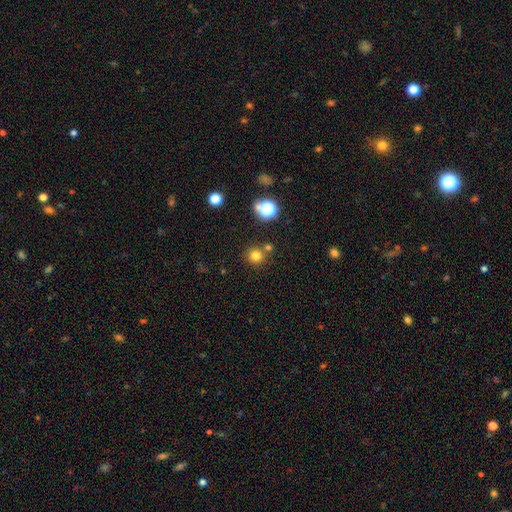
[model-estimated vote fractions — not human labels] Smooth or featured? smooth (77%)
How rounded? round (92%)
Merging? none (77%)